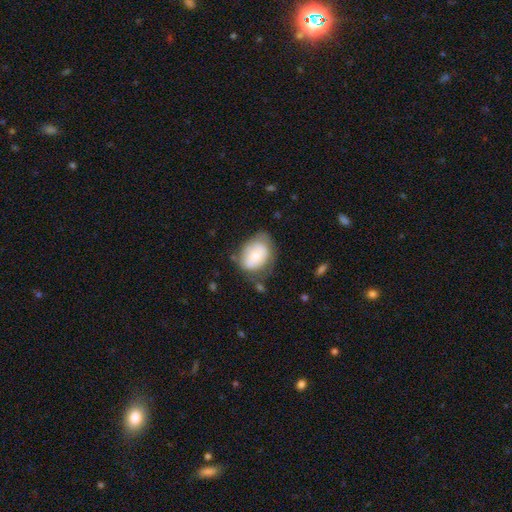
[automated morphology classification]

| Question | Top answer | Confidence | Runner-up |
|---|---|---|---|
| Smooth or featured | smooth | 64% | featured or disk (28%) |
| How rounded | in between | 67% | round (32%) |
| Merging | none | 56% | minor disturbance (29%) |